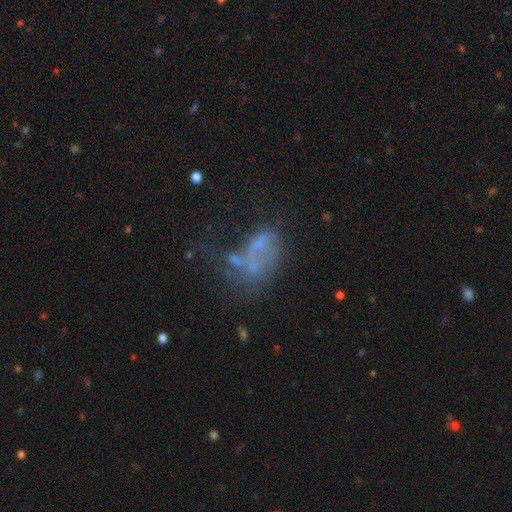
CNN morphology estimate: Overall: featured or disk (45%; smooth 33%). Merging: merger (30%; major disturbance 29%).